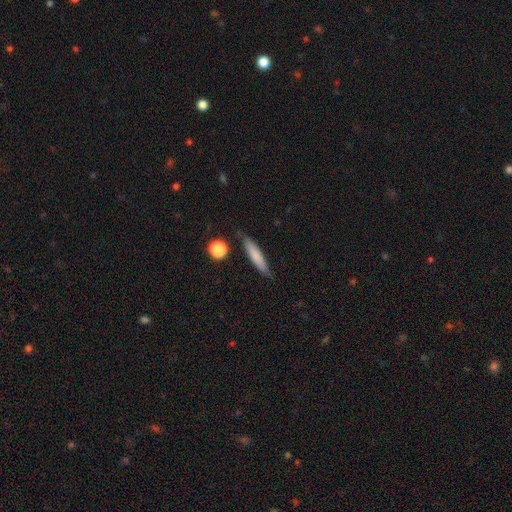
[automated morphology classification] smooth-or-featured: smooth: 73% | featured or disk: 20% | star or artifact: 6%
  how-rounded: cigar-shaped: 86% | in between: 12% | round: 2%
  merging: none: 80% | minor disturbance: 14% | major disturbance: 3% | merger: 3%